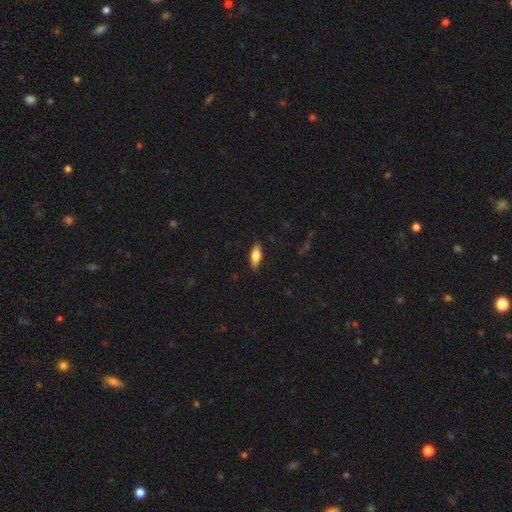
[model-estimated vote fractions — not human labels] Smooth or featured?
  - smooth: 64% *
  - featured or disk: 30%
  - star or artifact: 6%
How rounded?
  - in between: 64% *
  - cigar-shaped: 33%
  - round: 3%
Merging?
  - none: 88% *
  - minor disturbance: 9%
  - major disturbance: 2%
  - merger: 1%